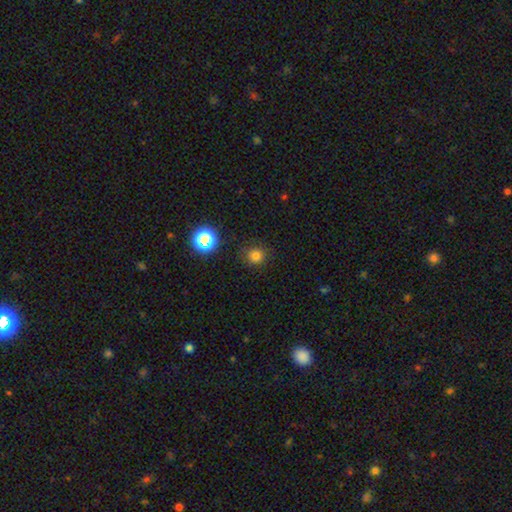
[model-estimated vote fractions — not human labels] smooth-or-featured: smooth: 77% | star or artifact: 18% | featured or disk: 5%
  how-rounded: round: 92% | in between: 7% | cigar-shaped: 1%
  merging: none: 88% | minor disturbance: 8% | major disturbance: 3% | merger: 1%